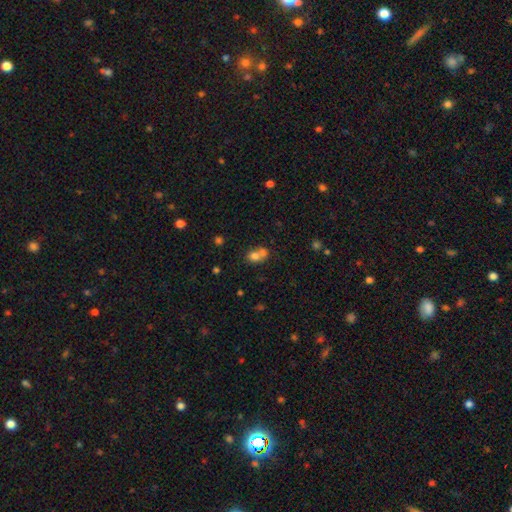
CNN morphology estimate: type=smooth (72%); roundness=round (61%); merging=merger (63%).